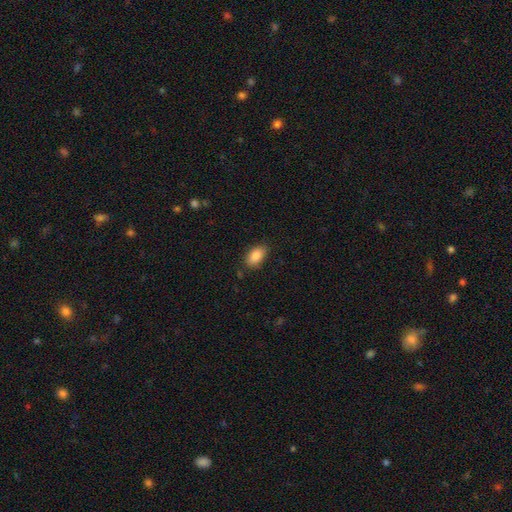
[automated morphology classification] This appears to be a smooth galaxy with no disk features (87%) that is in between round and cigar-shaped (91%). Merging: none (83%).